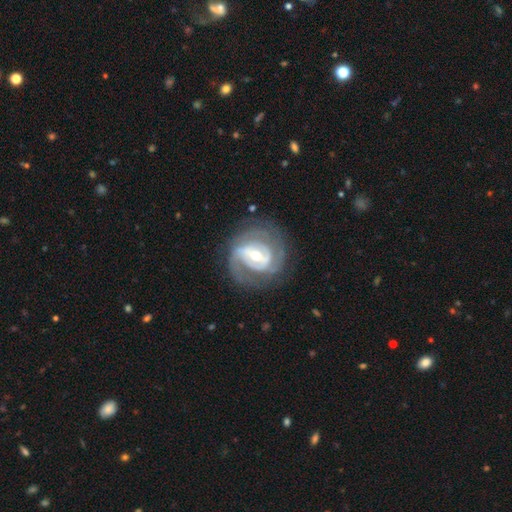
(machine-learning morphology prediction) Overall: featured or disk (86%). Edge-on disk: no (97%). Bar: strong (43%; weak 41%). Spiral arms: yes (90%). Spiral arm count: 2 (52%; can't tell 21%). Spiral winding: tight (53%; medium 36%). Bulge size: moderate (61%; small 32%). Merging: none (71%).